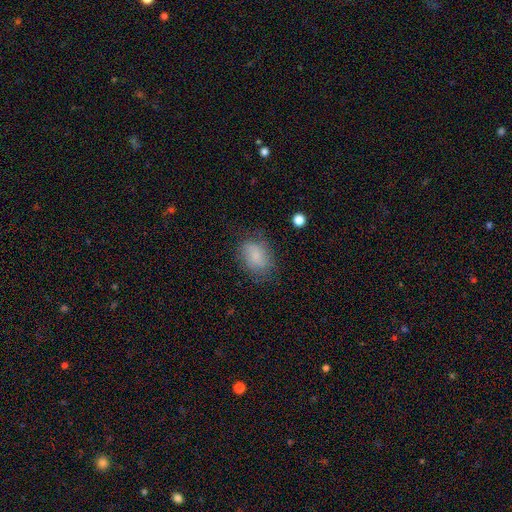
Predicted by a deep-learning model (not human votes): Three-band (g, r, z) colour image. It shows a smooth galaxy with no disk features (80%) that is in between round and cigar-shaped (77%). Merging: none (70%).